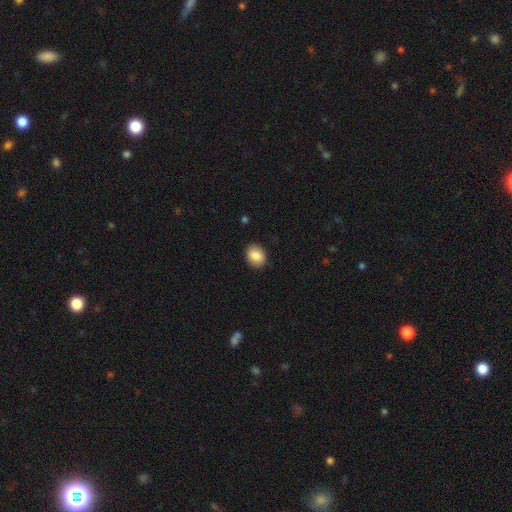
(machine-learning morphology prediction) Overall: smooth (87%). How rounded: round (50%; in between 49%). Merging: none (89%).